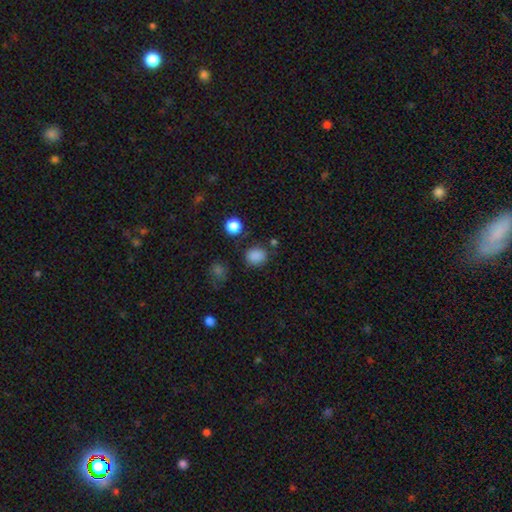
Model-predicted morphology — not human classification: The model was most divided on "how rounded": round: 65%, in between: 35%, cigar-shaped: 1%. More confident: smooth or featured — smooth (83%); merging — none (77%).